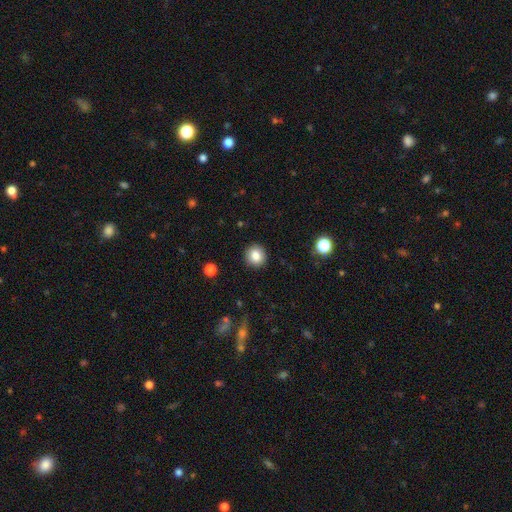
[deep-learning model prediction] Smooth or featured? Predicted: smooth (p=0.84). How rounded? Predicted: round (p=0.92). Merging? Predicted: none (p=0.92).